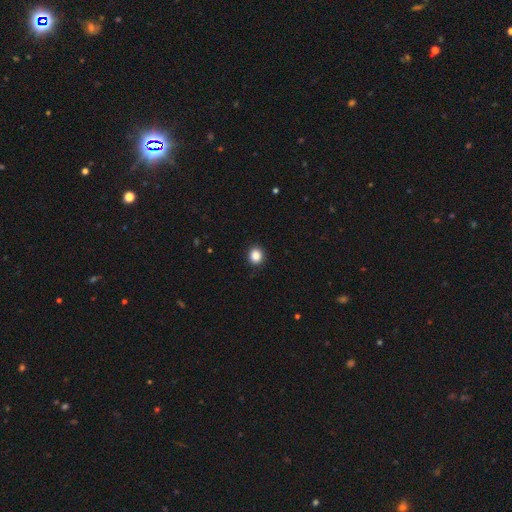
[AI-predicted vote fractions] A smooth galaxy with no disk features (87%) that is round (80%). Merging: none (92%).